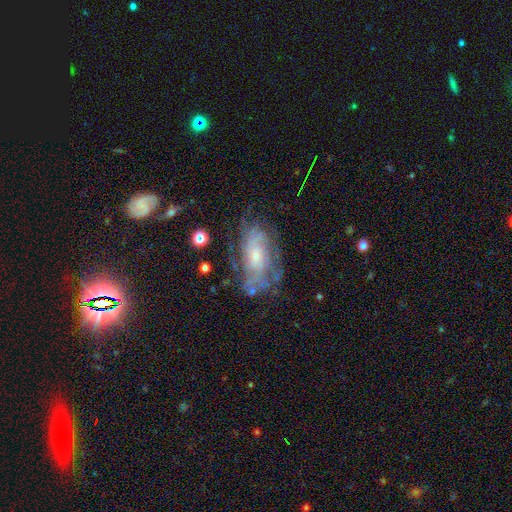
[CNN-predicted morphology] Smooth or featured? Predicted: featured or disk (p=0.75). Edge-on disk? Predicted: no (p=0.93). Bar? Predicted: no (p=0.71). Spiral arms? Predicted: yes (p=0.84). Spiral winding? Predicted: tight (p=0.58). Spiral arm count? Predicted: can't tell (p=0.55). Bulge size? Predicted: small (p=0.65). Merging? Predicted: none (p=0.63).